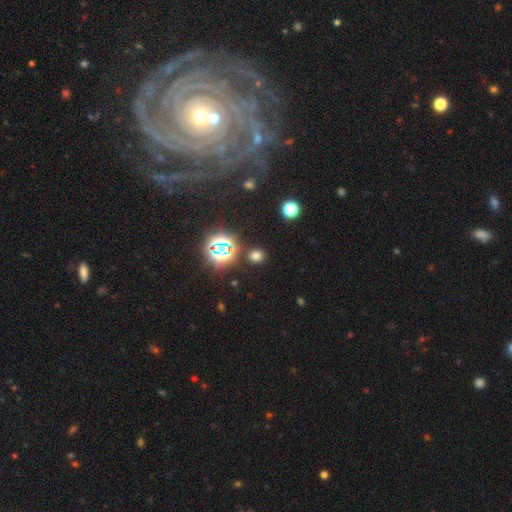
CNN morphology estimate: smooth 62%, star or artifact 32%, featured or disk 6%. Down the decision tree: how rounded — round (75%); merging — none (86%).